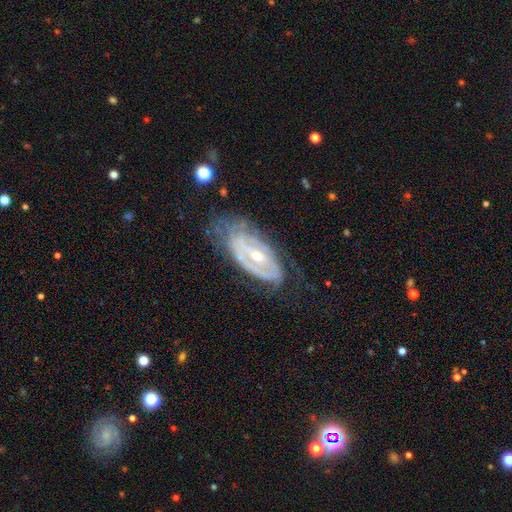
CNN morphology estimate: This appears to be a featured or disk galaxy (81%) with a weak bar (38%), tight (60%) spiral arms (79%) and a moderate central bulge (50%). Merging: none (57%).